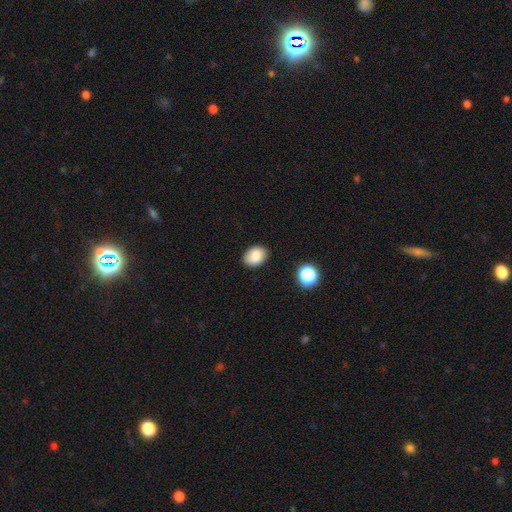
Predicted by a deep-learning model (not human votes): smooth_or_featured: smooth (p=0.83) [alt: star or artifact p=0.09]
how_rounded: in between (p=0.67) [alt: round p=0.32]
merging: none (p=0.86) [alt: minor disturbance p=0.10]